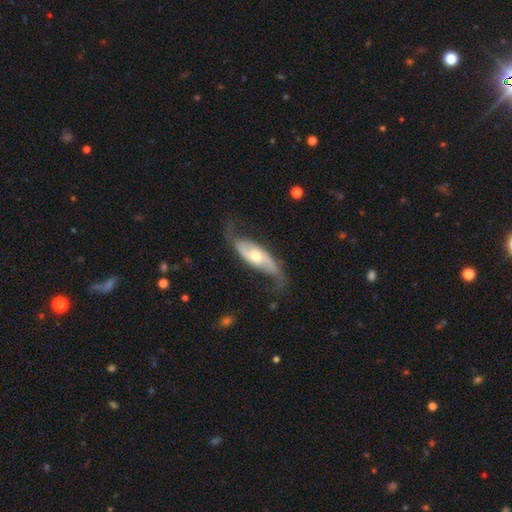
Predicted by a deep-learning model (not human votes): featured or disk 79%, smooth 15%, star or artifact 5%. Down the decision tree: edge-on disk — no (87%); bar — no (61%); spiral arms — yes (91%); spiral arm count — 2 (90%); spiral winding — loose (72%); bulge size — moderate (60%); merging — none (63%).